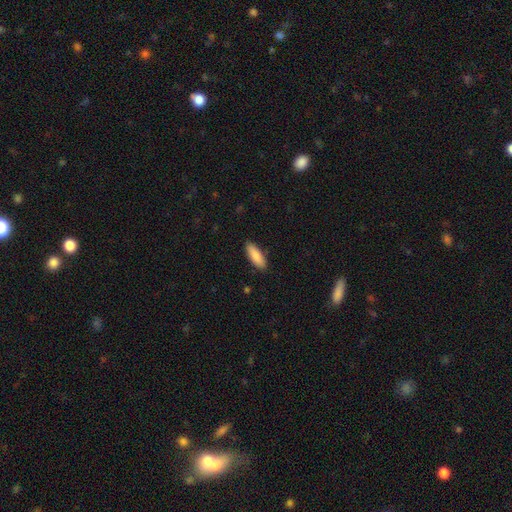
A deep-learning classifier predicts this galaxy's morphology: Overall: smooth (88%). How rounded: in between (66%; cigar-shaped 32%). Merging: none (88%).